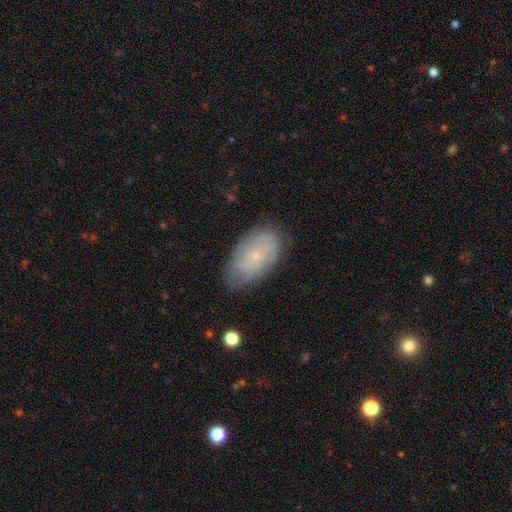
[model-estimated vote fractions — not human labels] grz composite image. It shows a smooth galaxy with no disk features (50%) that is in between round and cigar-shaped (92%). Merging: none (72%).